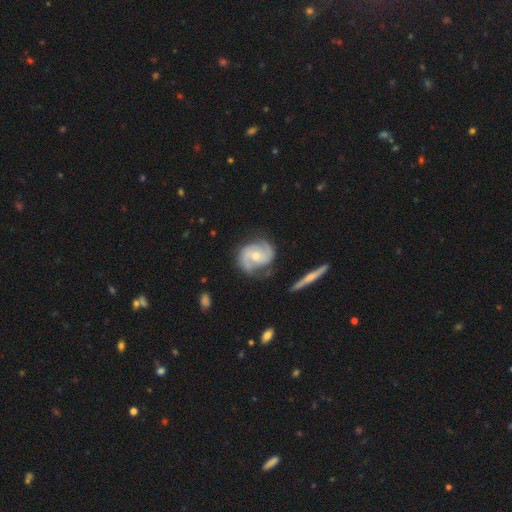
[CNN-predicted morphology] Smooth or featured? featured or disk (87%)
Edge-on disk? no (97%)
Bar? no (52%)
Spiral arms? yes (97%)
Spiral winding? medium (50%)
Spiral arm count? 2 (81%)
Bulge size? moderate (52%)
Merging? none (72%)